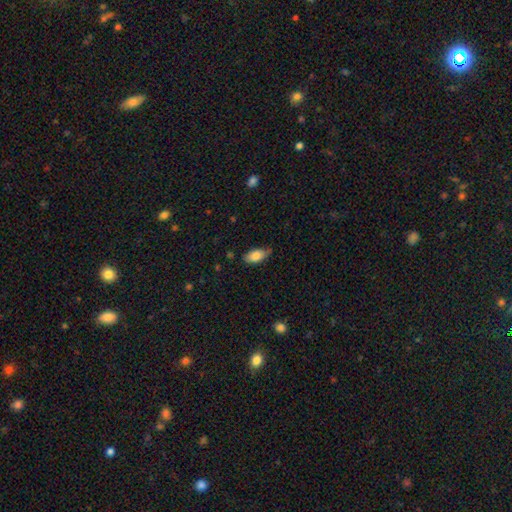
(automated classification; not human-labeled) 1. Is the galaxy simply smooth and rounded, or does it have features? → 82% smooth, 11% featured or disk, 7% star or artifact.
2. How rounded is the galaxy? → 90% in between, 8% cigar-shaped, 3% round.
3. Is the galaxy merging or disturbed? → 69% none, 26% minor disturbance, 4% major disturbance, 2% merger.